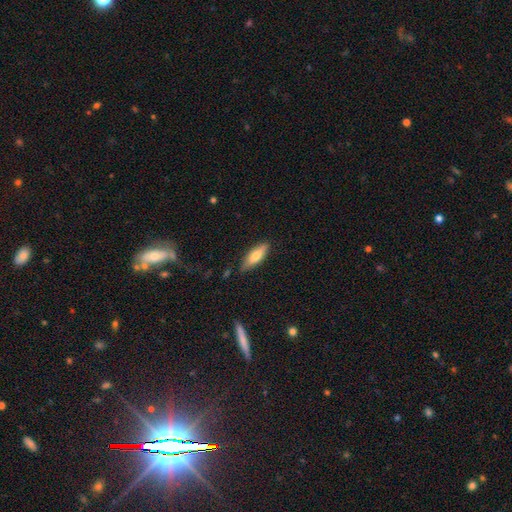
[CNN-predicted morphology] The model was most divided on "how rounded": in between: 53%, cigar-shaped: 45%, round: 2%. More confident: merging — none (79%); smooth or featured — smooth (67%).